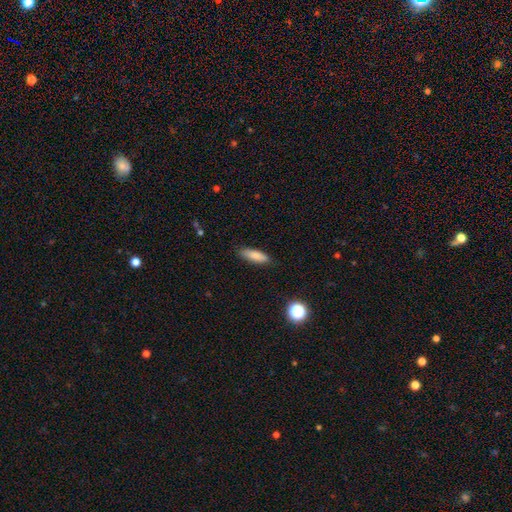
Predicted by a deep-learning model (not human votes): This appears to be a smooth galaxy with no disk features (83%) that is in between round and cigar-shaped (51%). Merging: none (85%).